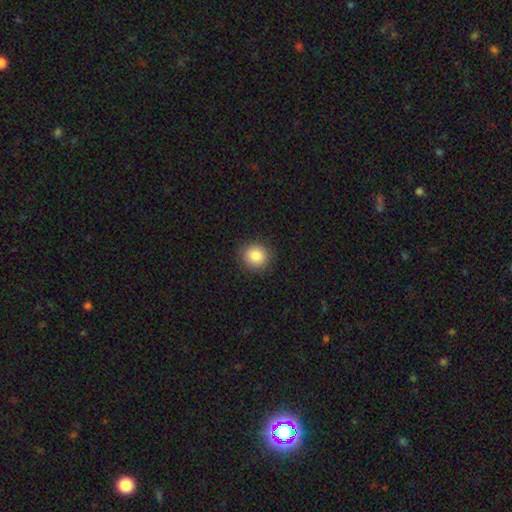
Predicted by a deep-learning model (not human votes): This appears to be a smooth galaxy with no disk features (86%) that is round (86%). Merging: none (90%).